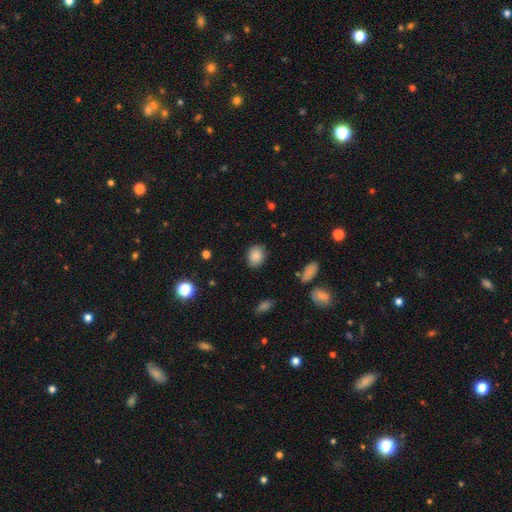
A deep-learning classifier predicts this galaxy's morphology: smooth_or_featured: smooth (p=0.86) [alt: star or artifact p=0.09]
how_rounded: in between (p=0.56) [alt: round p=0.42]
merging: none (p=0.84) [alt: minor disturbance p=0.11]